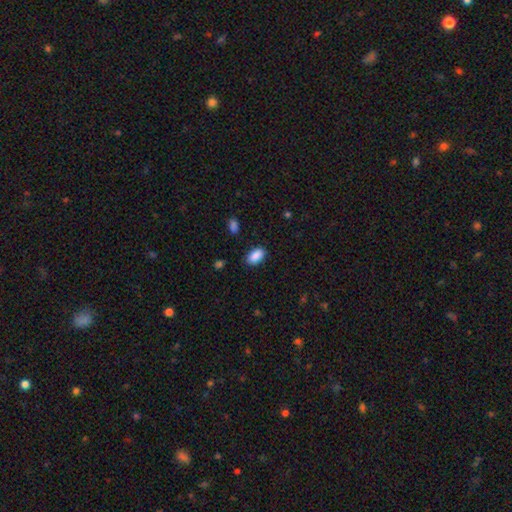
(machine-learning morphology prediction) This is clearly a smooth galaxy (89%). How rounded: clearly in between (93%). Merging: clearly none (86%).